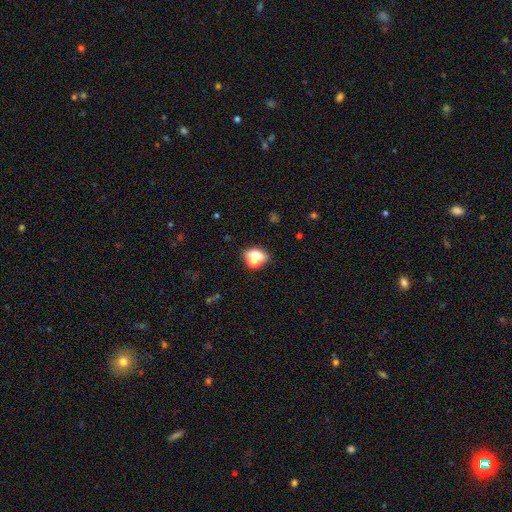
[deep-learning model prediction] The model was most divided on "merging": merger: 46%, none: 38%, minor disturbance: 10%, major disturbance: 6%. More confident: smooth or featured — smooth (62%); how rounded — in between (59%).